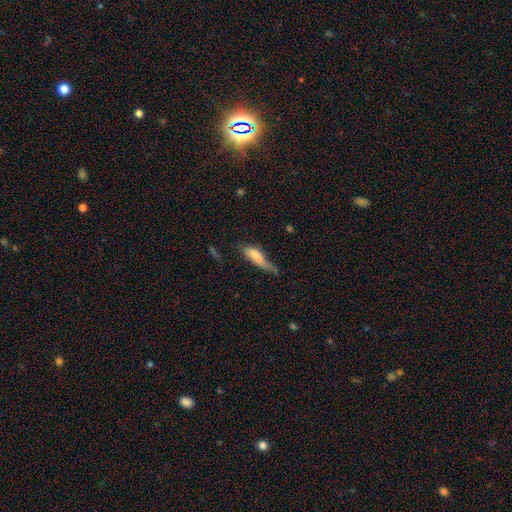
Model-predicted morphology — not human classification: smooth-or-featured: smooth: 72% | featured or disk: 21% | star or artifact: 7%
  how-rounded: in between: 49% | cigar-shaped: 48% | round: 2%
  merging: minor disturbance: 38% | none: 31% | major disturbance: 23% | merger: 7%